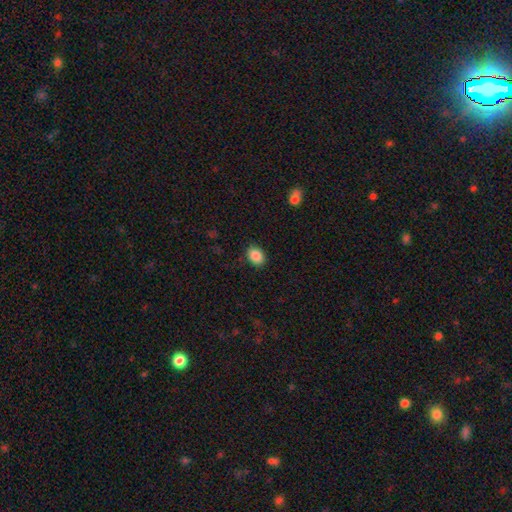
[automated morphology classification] smooth-or-featured: smooth: 88% | star or artifact: 8% | featured or disk: 4%
  how-rounded: in between: 69% | round: 30% | cigar-shaped: 1%
  merging: none: 87% | minor disturbance: 9% | major disturbance: 2% | merger: 1%